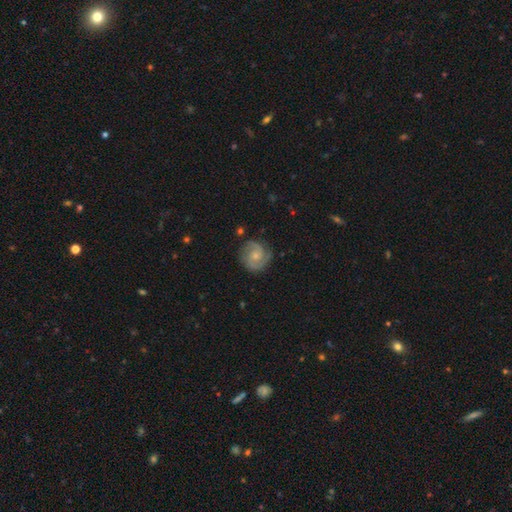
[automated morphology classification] Smooth or featured? Predicted: featured or disk (p=0.83). Edge-on disk? Predicted: no (p=0.98). Bar? Predicted: no (p=0.66). Spiral arms? Predicted: yes (p=0.97). Spiral winding? Predicted: tight (p=0.47). Spiral arm count? Predicted: 2 (p=0.85). Bulge size? Predicted: small (p=0.56). Merging? Predicted: none (p=0.80).